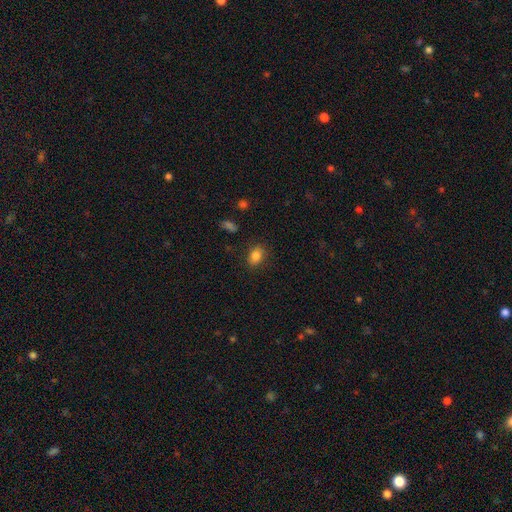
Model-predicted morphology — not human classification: A smooth galaxy with no disk features (83%) that is in between round and cigar-shaped (73%). Merging: none (84%).